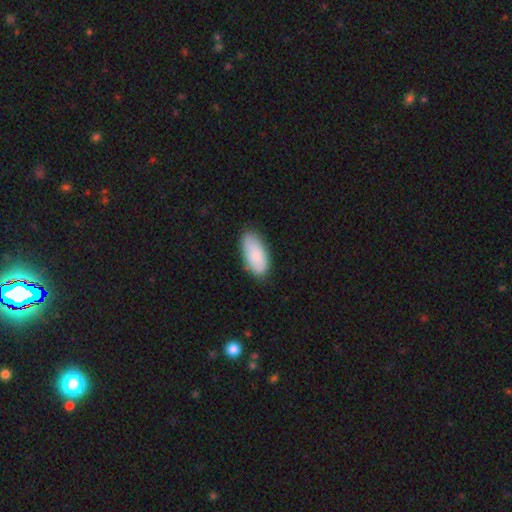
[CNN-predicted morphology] The model was most divided on "merging": none: 79%, minor disturbance: 17%, major disturbance: 3%, merger: 1%. More confident: how rounded — in between (90%); smooth or featured — smooth (84%).